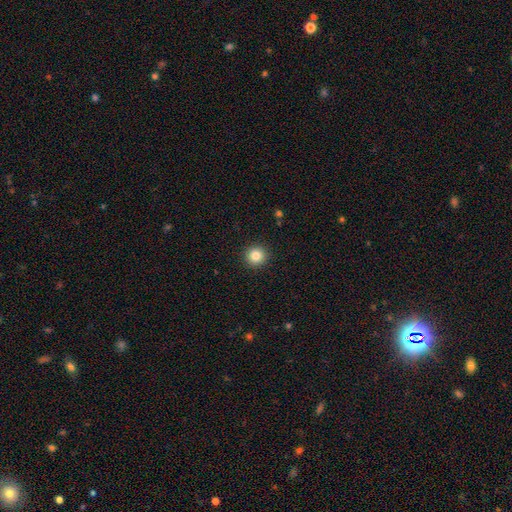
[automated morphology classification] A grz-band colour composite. It shows a smooth galaxy with no disk features (84%) that is round (93%). Merging: none (92%).